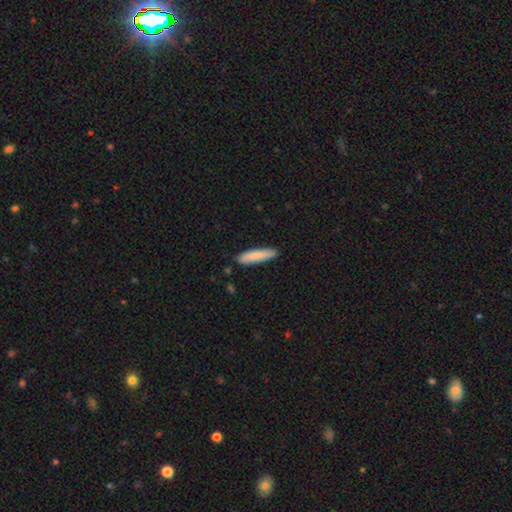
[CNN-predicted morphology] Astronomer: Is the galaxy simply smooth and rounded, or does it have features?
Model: smooth — 83%.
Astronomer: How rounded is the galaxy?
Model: cigar-shaped — 84%.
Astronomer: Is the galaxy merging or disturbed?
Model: none — 87%.